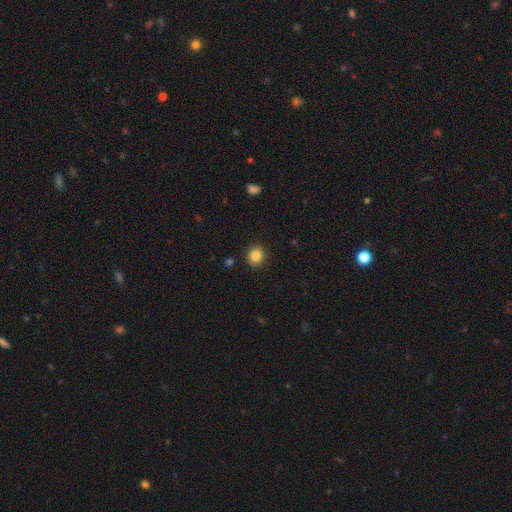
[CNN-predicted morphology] smooth_or_featured: smooth (p=0.85) [alt: star or artifact p=0.10]
how_rounded: round (p=0.85) [alt: in between p=0.14]
merging: none (p=0.90) [alt: minor disturbance p=0.06]